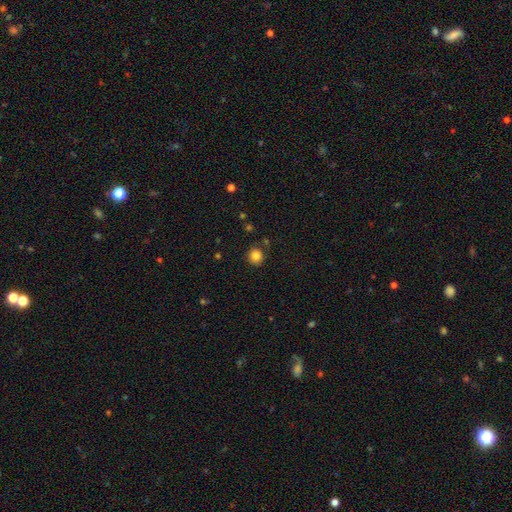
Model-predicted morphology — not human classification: Smooth or featured? Predicted: smooth (p=0.83). How rounded? Predicted: round (p=0.88). Merging? Predicted: none (p=0.86).